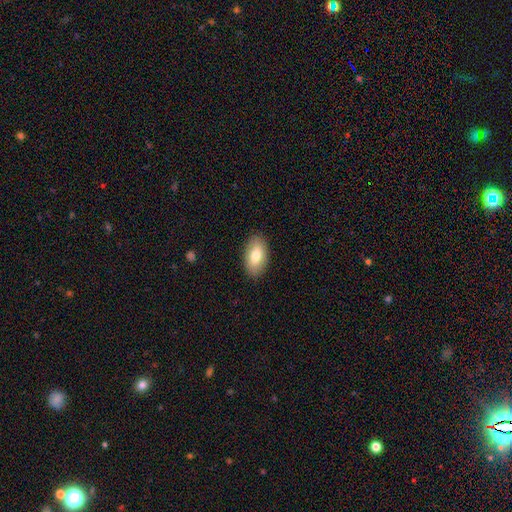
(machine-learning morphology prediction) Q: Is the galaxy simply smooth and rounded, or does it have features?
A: smooth — 78%.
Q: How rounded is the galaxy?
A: in between — 94%.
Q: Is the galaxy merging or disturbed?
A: none — 88%.